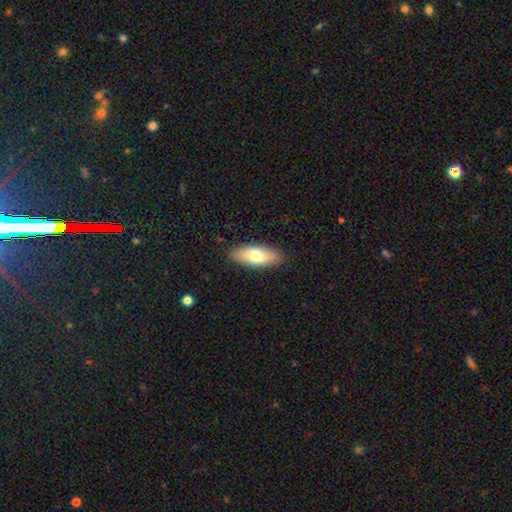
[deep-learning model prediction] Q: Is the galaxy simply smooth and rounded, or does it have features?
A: smooth — 72%.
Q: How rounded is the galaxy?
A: in between — 74%.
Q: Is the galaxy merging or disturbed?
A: none — 88%.